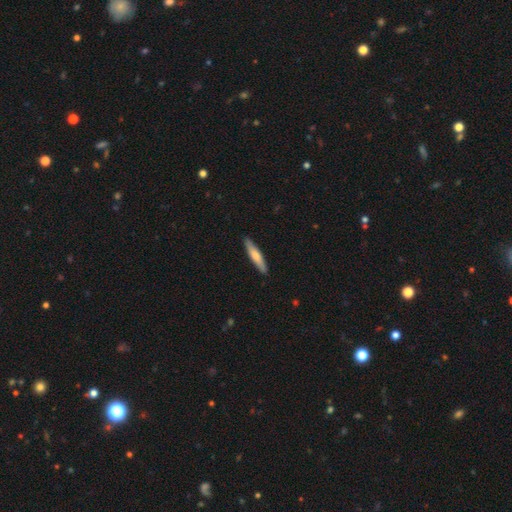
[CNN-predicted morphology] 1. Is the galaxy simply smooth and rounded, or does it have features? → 66% smooth, 29% featured or disk, 5% star or artifact.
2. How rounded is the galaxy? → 88% cigar-shaped, 11% in between, 1% round.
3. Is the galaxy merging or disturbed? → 90% none, 7% minor disturbance, 1% major disturbance, 1% merger.